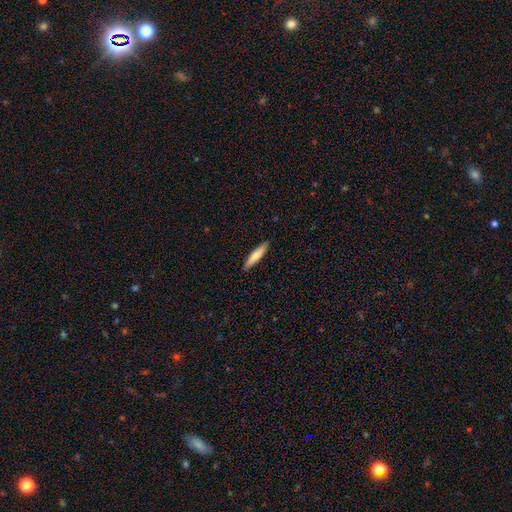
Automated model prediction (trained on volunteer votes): Smooth or featured? smooth (73%)
How rounded? cigar-shaped (88%)
Merging? none (90%)